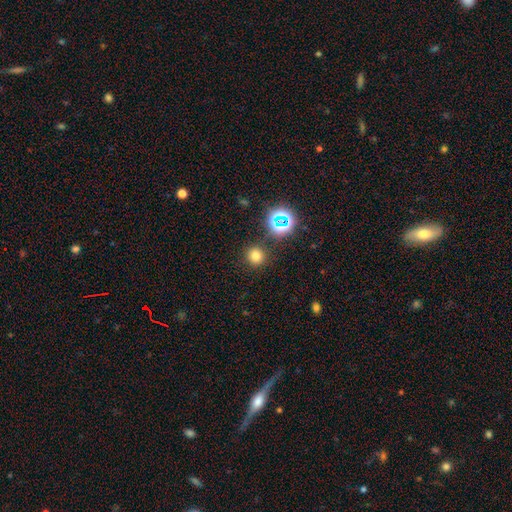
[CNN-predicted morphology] Smooth or featured? Predicted: smooth (p=0.72). How rounded? Predicted: round (p=0.94). Merging? Predicted: none (p=0.87).